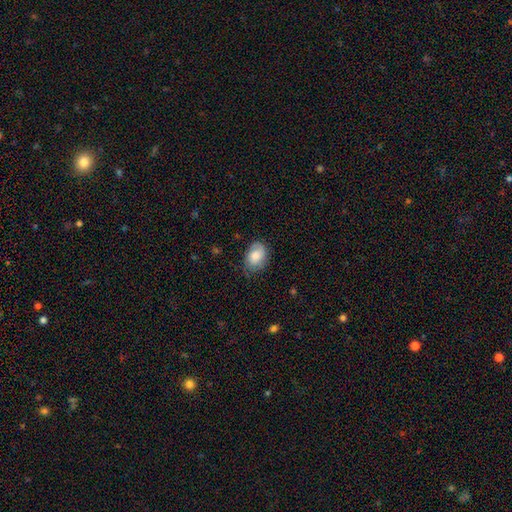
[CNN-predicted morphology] Smooth or featured? Predicted: smooth (p=0.72). How rounded? Predicted: in between (p=0.78). Merging? Predicted: none (p=0.70).